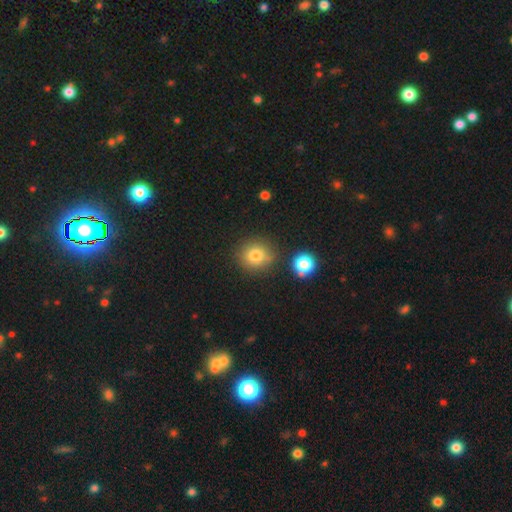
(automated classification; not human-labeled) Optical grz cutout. It shows a smooth galaxy with no disk features (79%) that is round (85%). Merging: none (76%).